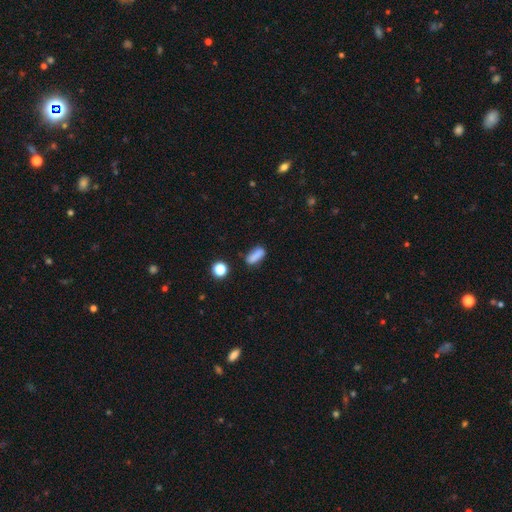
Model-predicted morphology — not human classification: This appears to be a smooth galaxy with no disk features (82%) that is in between round and cigar-shaped (54%). Merging: none (76%).